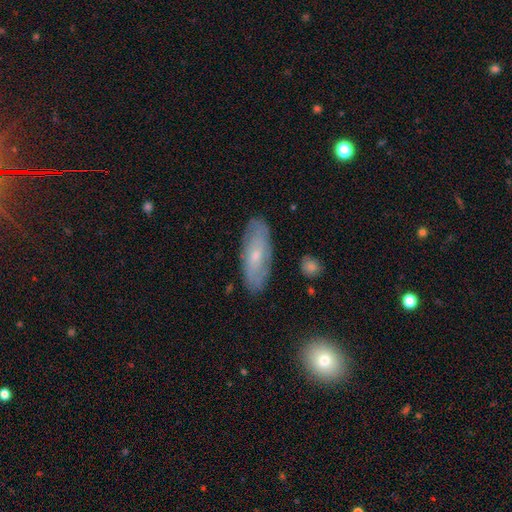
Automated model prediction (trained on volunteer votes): Smooth or featured: featured or disk — 46% (tied with smooth — 46%)
Merging: none — 83% (minor disturbance — 12%)